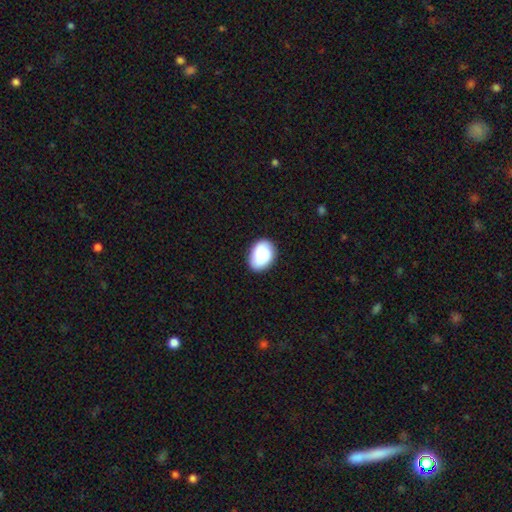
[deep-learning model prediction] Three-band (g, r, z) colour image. It shows a smooth galaxy with no disk features (89%) that is in between round and cigar-shaped (80%). Merging: none (85%).